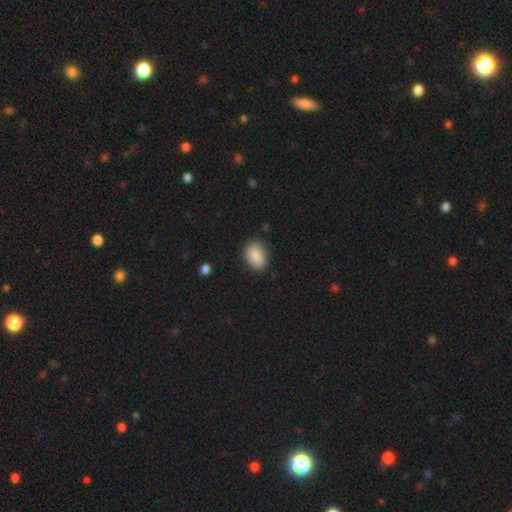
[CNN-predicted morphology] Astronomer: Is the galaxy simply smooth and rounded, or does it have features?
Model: smooth — 88%.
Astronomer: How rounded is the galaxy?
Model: in between — 77%.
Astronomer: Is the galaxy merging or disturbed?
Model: none — 81%.